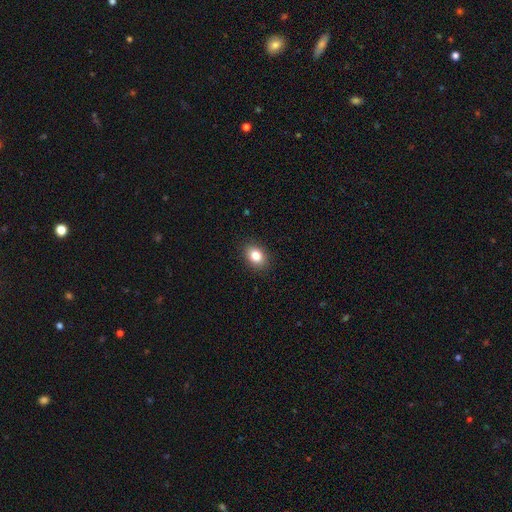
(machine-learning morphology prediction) Smooth or featured?
  - smooth: 84% *
  - star or artifact: 9%
  - featured or disk: 7%
How rounded?
  - in between: 70% *
  - round: 28%
  - cigar-shaped: 1%
Merging?
  - none: 89% *
  - minor disturbance: 8%
  - major disturbance: 2%
  - merger: 1%